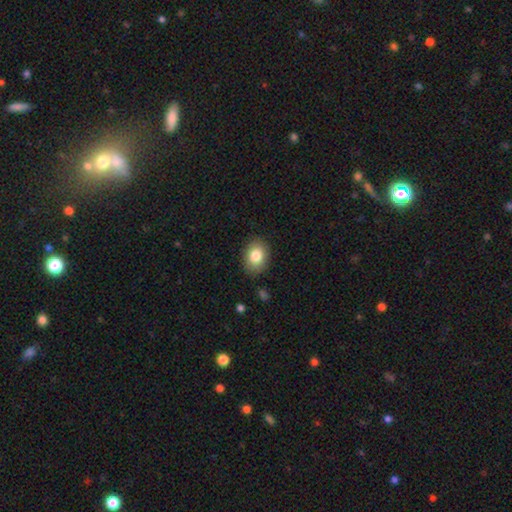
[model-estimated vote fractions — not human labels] Overall: smooth (83%). How rounded: in between (66%; round 33%). Merging: none (87%).